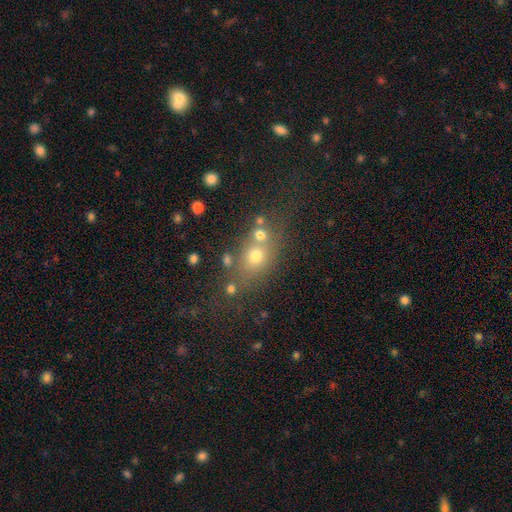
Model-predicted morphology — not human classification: The model was most divided on "how rounded": round: 52%, in between: 43%, cigar-shaped: 5%. More confident: smooth or featured — smooth (61%); merging — none (59%).